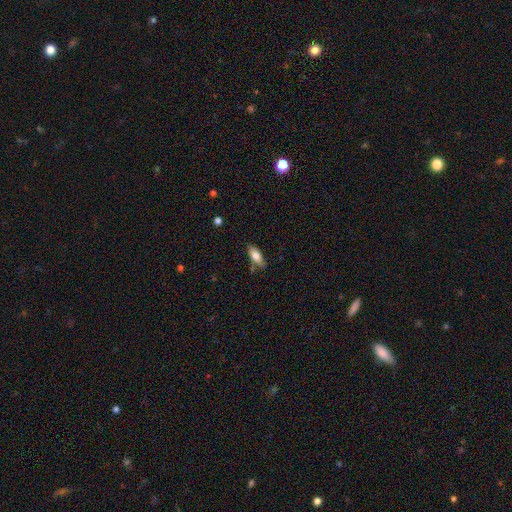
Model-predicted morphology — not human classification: This is likely a smooth galaxy (76%). How rounded: likely in between (77%). Merging: likely none (75%).